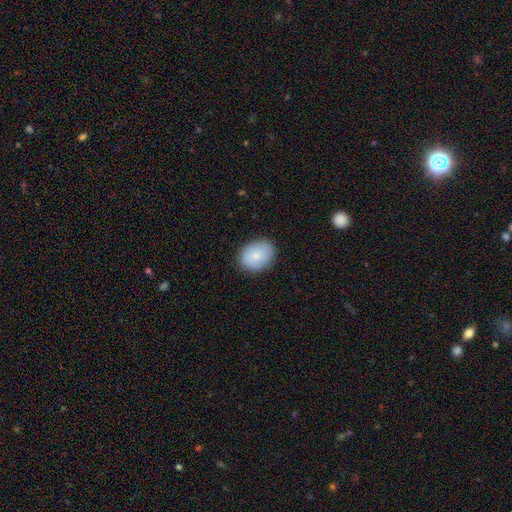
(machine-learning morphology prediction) smooth-or-featured: smooth: 80% | featured or disk: 13% | star or artifact: 7%
  how-rounded: in between: 53% | round: 46% | cigar-shaped: 1%
  merging: none: 84% | minor disturbance: 12% | major disturbance: 3% | merger: 1%